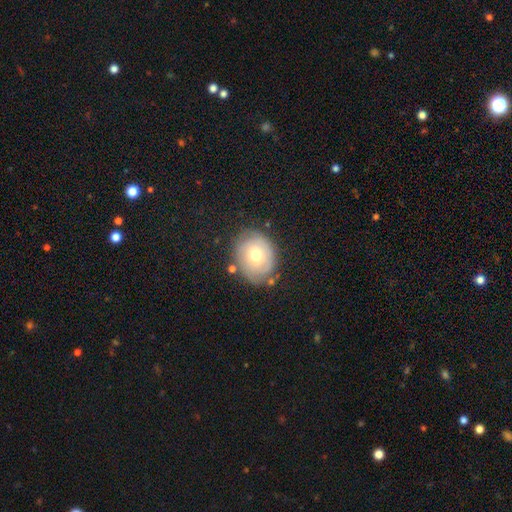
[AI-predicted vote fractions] Smooth or featured? smooth (55%)
How rounded? round (62%)
Merging? none (75%)